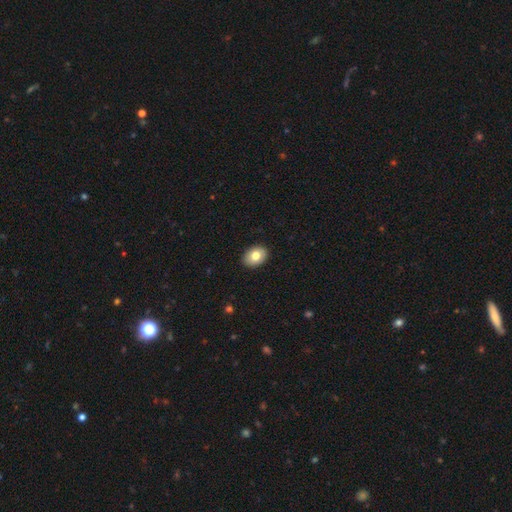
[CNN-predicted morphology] A smooth galaxy with no disk features (79%) that is in between round and cigar-shaped (77%).

Vote fractions:
- Smooth or featured? smooth: 79% / featured or disk: 14% / star or artifact: 8%
- How rounded? in between: 77% / round: 22% / cigar-shaped: 1%
- Merging? none: 89% / minor disturbance: 8% / major disturbance: 2% / merger: 1%